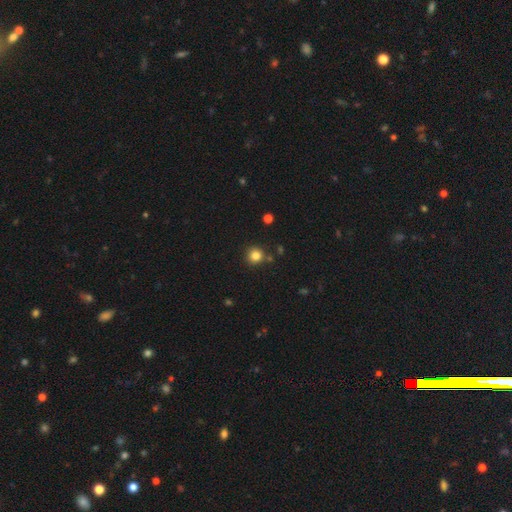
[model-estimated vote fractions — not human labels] smooth-or-featured: smooth: 82% | star or artifact: 13% | featured or disk: 5%
  how-rounded: round: 93% | in between: 6% | cigar-shaped: 1%
  merging: none: 85% | minor disturbance: 8% | merger: 5% | major disturbance: 2%